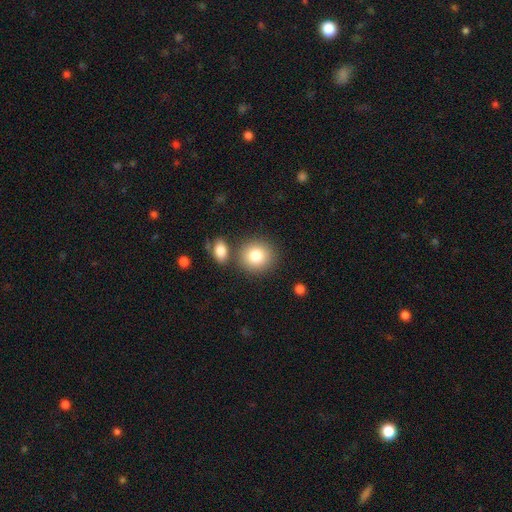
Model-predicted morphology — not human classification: smooth_or_featured: smooth (p=0.82) [alt: featured or disk p=0.09]
how_rounded: round (p=0.85) [alt: in between p=0.14]
merging: none (p=0.74) [alt: merger p=0.15]